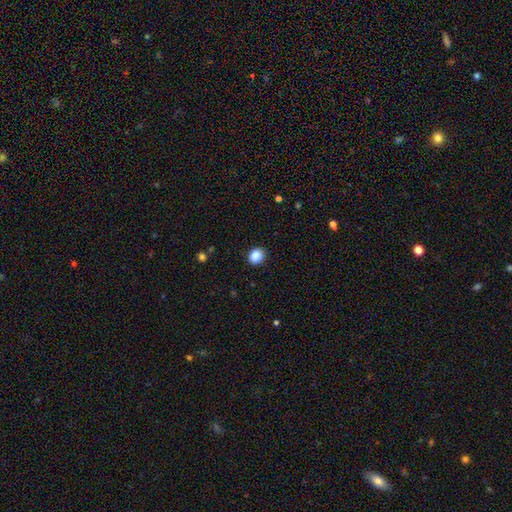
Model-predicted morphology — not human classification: A smooth galaxy with no disk features (88%) that is round (72%).

Vote fractions:
- Smooth or featured? smooth: 88% / star or artifact: 9% / featured or disk: 3%
- How rounded? round: 72% / in between: 27% / cigar-shaped: 1%
- Merging? none: 90% / minor disturbance: 7% / major disturbance: 2% / merger: 1%